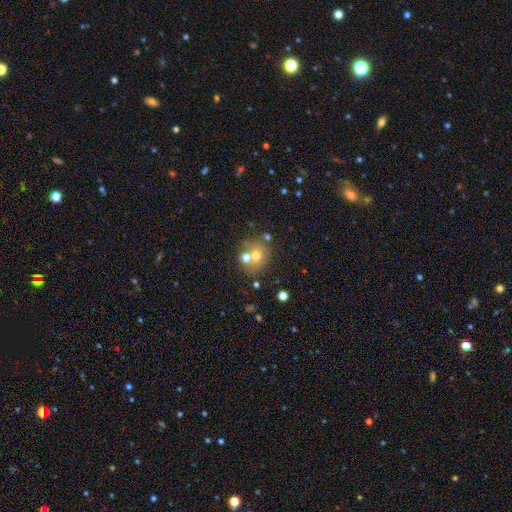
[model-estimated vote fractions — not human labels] Smooth or featured?
  - smooth: 65% *
  - featured or disk: 20%
  - star or artifact: 15%
How rounded?
  - round: 76% *
  - in between: 23%
  - cigar-shaped: 1%
Merging?
  - none: 58% *
  - merger: 27%
  - minor disturbance: 11%
  - major disturbance: 5%